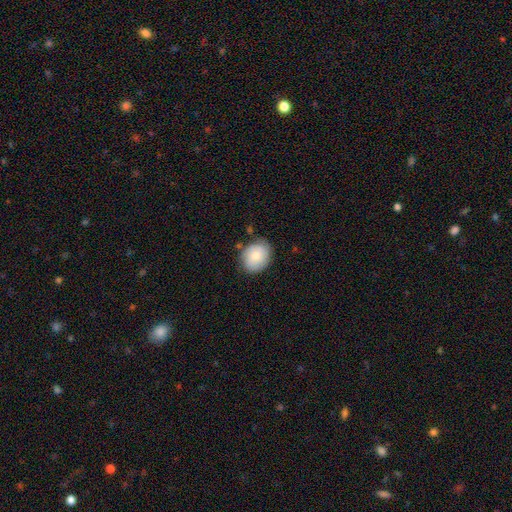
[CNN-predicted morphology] A smooth galaxy with no disk features (72%) that is round (55%). Merging: none (76%).